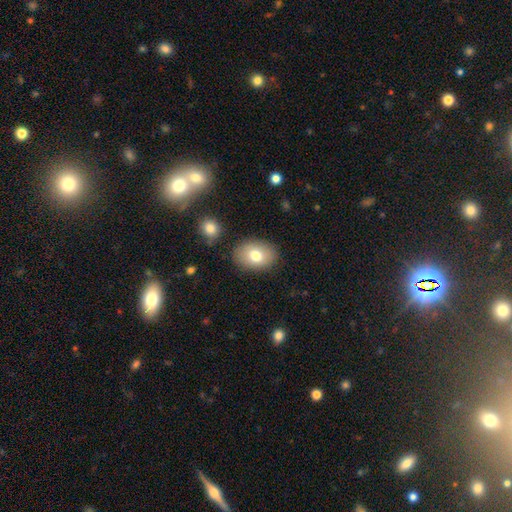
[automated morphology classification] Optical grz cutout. It shows a smooth galaxy with no disk features (77%) that is in between round and cigar-shaped (79%). Merging: none (84%).